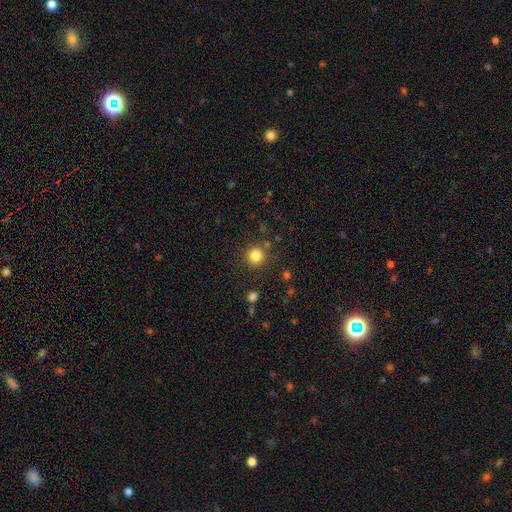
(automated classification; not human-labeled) Smooth or featured?
  - smooth: 82% *
  - star or artifact: 12%
  - featured or disk: 5%
How rounded?
  - round: 94% *
  - in between: 5%
  - cigar-shaped: 1%
Merging?
  - none: 83% *
  - minor disturbance: 9%
  - merger: 4%
  - major disturbance: 3%